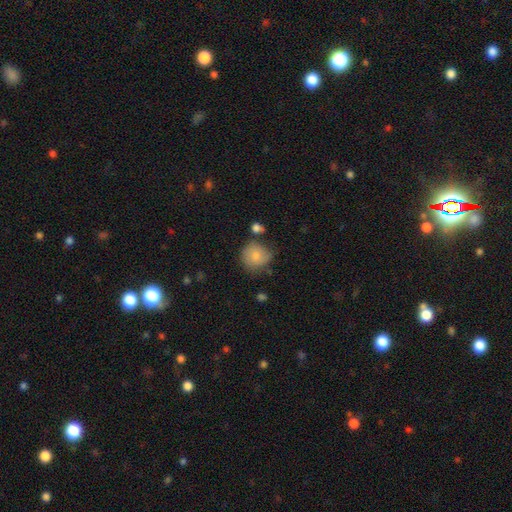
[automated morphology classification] Smooth or featured?
  - smooth: 78% *
  - featured or disk: 14%
  - star or artifact: 8%
How rounded?
  - round: 86% *
  - in between: 13%
  - cigar-shaped: 1%
Merging?
  - none: 60% *
  - minor disturbance: 26%
  - major disturbance: 7%
  - merger: 7%